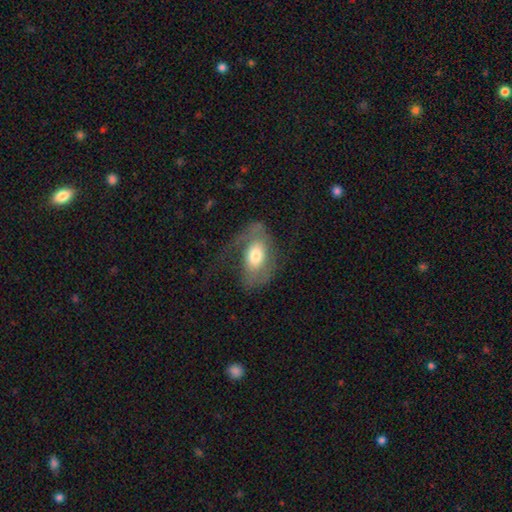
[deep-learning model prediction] Q: Smooth or featured?
A: featured or disk (52%); runner-up: smooth (41%)
Q: Edge-on disk?
A: no (93%); runner-up: yes (7%)
Q: Merging?
A: major disturbance (42%); runner-up: none (35%)